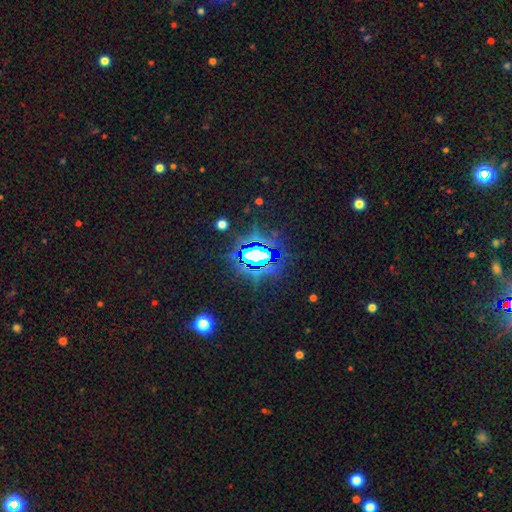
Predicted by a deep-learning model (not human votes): This is likely a star or artifact rather than a galaxy (79%).